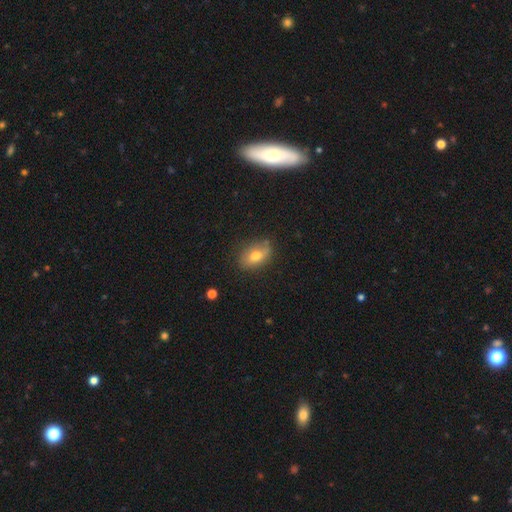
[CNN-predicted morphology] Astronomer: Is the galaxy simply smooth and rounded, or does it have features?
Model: smooth — 70%.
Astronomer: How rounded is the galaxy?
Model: in between — 84%.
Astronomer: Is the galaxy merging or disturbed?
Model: none — 73%.